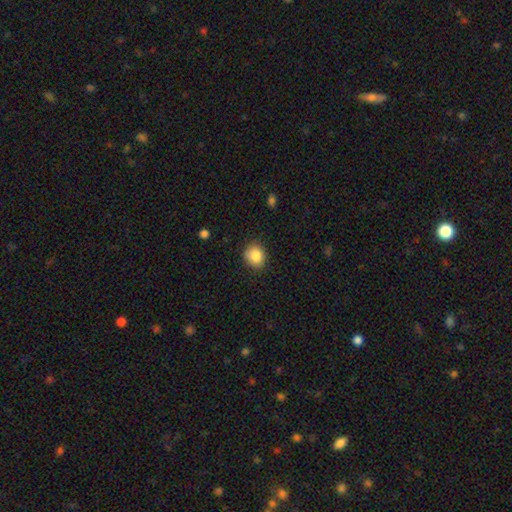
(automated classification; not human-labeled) This appears to be a smooth galaxy with no disk features (86%) that is round (76%). Merging: none (83%).